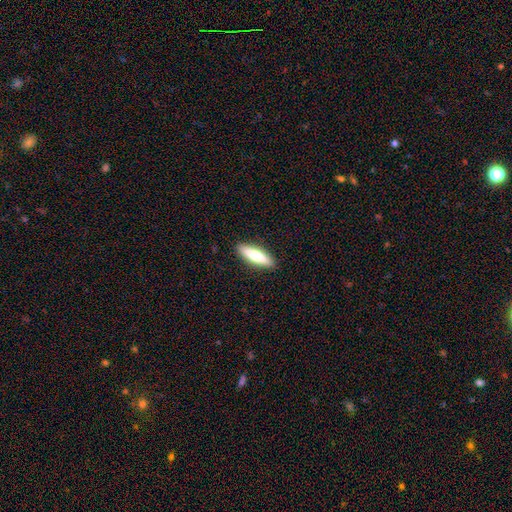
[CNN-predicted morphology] Smooth or featured?
  - smooth: 68% *
  - featured or disk: 27%
  - star or artifact: 5%
How rounded?
  - cigar-shaped: 61% *
  - in between: 37%
  - round: 2%
Merging?
  - none: 90% *
  - minor disturbance: 7%
  - major disturbance: 2%
  - merger: 1%